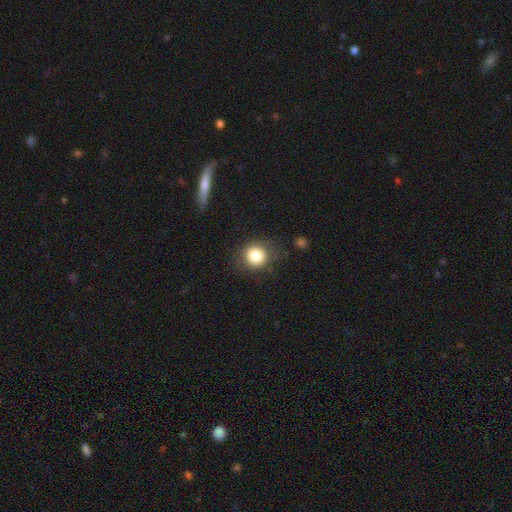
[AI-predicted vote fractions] Smooth or featured?
  - smooth: 83% *
  - star or artifact: 10%
  - featured or disk: 8%
How rounded?
  - round: 83% *
  - in between: 16%
  - cigar-shaped: 1%
Merging?
  - none: 78% *
  - minor disturbance: 15%
  - major disturbance: 6%
  - merger: 2%